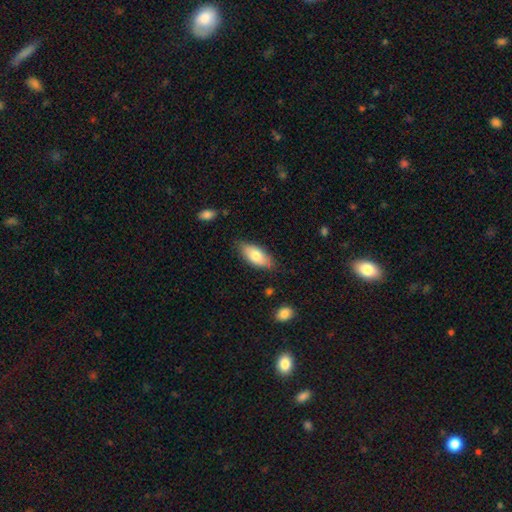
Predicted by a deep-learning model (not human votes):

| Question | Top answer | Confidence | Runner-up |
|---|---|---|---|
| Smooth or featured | smooth | 77% | featured or disk (18%) |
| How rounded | in between | 85% | cigar-shaped (13%) |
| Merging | none | 80% | minor disturbance (15%) |